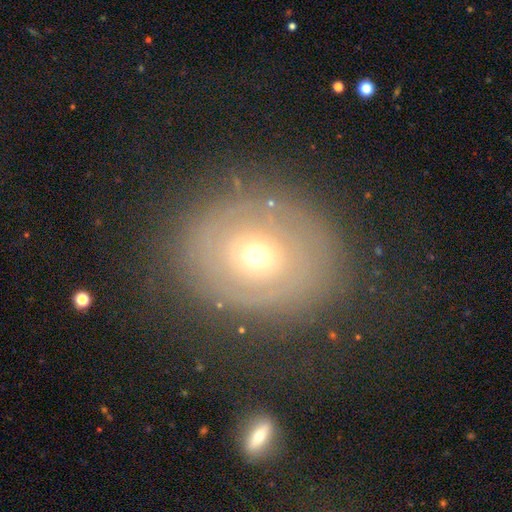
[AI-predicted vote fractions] This appears to be a featured or disk galaxy (53%). Merging: none (78%).